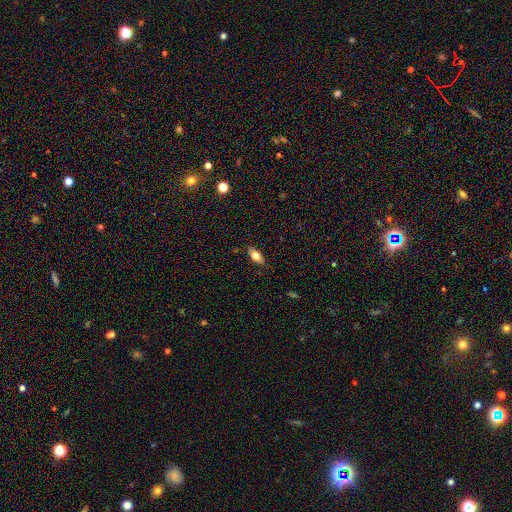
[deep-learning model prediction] The model was most divided on "smooth or featured": smooth: 69%, featured or disk: 23%, star or artifact: 8%. More confident: merging — none (83%); how rounded — in between (83%).